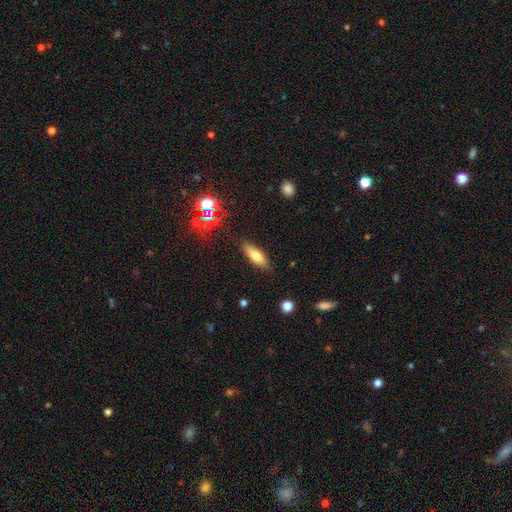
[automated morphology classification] type=smooth (71%); roundness=in between (59%); merging=none (86%).